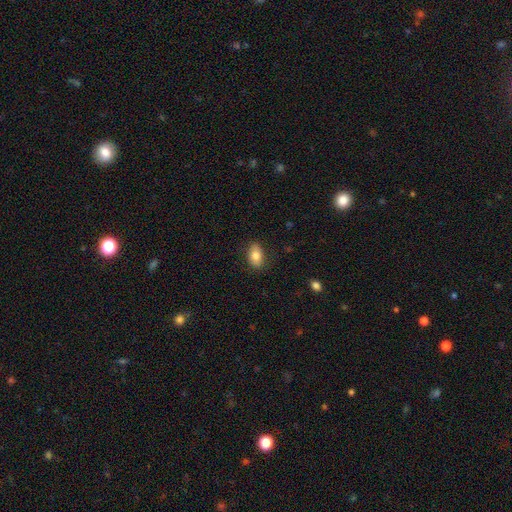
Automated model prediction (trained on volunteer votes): A smooth galaxy with no disk features (82%) that is in between round and cigar-shaped (88%). Merging: none (84%).